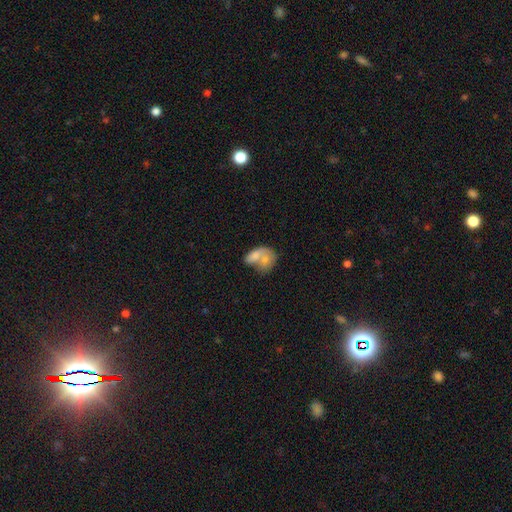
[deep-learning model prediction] smooth_or_featured: smooth (p=0.67) [alt: featured or disk p=0.24]
how_rounded: in between (p=0.69) [alt: round p=0.28]
merging: merger (p=0.64) [alt: none p=0.20]